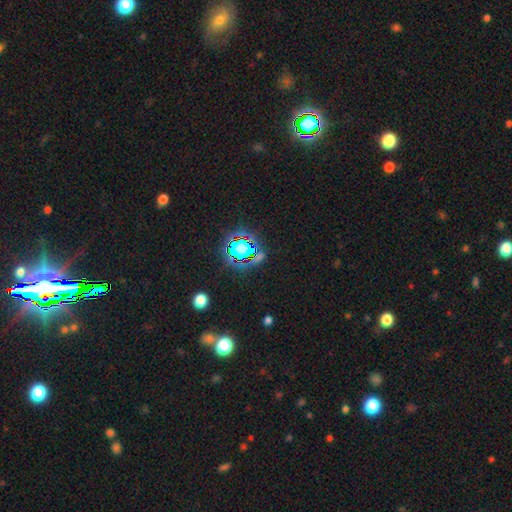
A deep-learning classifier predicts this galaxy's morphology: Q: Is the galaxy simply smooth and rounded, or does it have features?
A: star or artifact — 73%.